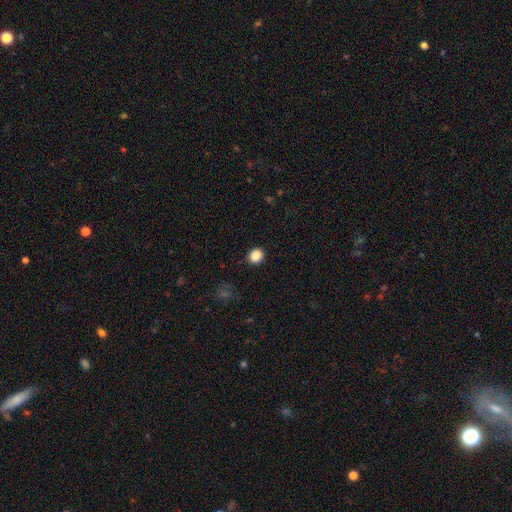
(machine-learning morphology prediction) smooth 87%, star or artifact 10%, featured or disk 3%. Down the decision tree: how rounded — round (81%); merging — none (90%).